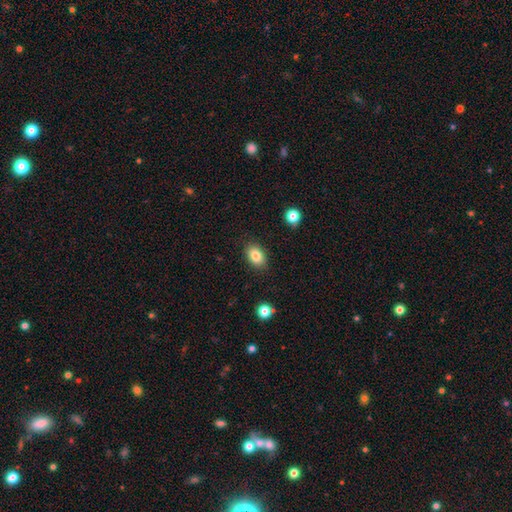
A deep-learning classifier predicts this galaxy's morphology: Smooth or featured: smooth — 84% (star or artifact — 9%)
How rounded: in between — 84% (round — 15%)
Merging: none — 87% (minor disturbance — 9%)